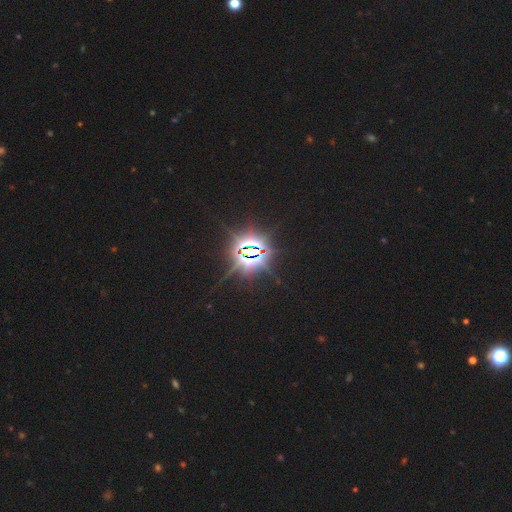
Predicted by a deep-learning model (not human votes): A star or artifact, not a galaxy (86%).